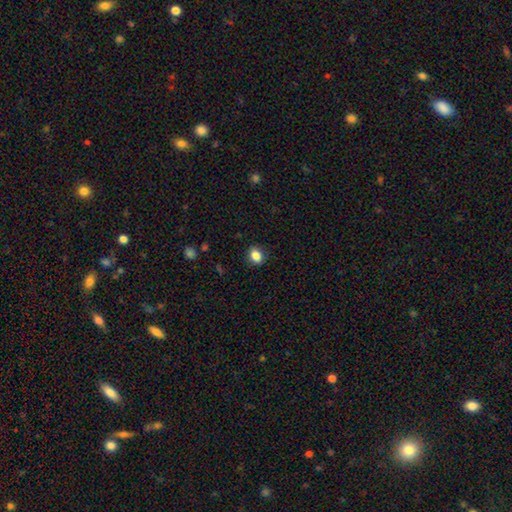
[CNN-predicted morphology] Smooth or featured? smooth (84%)
How rounded? in between (60%)
Merging? none (86%)